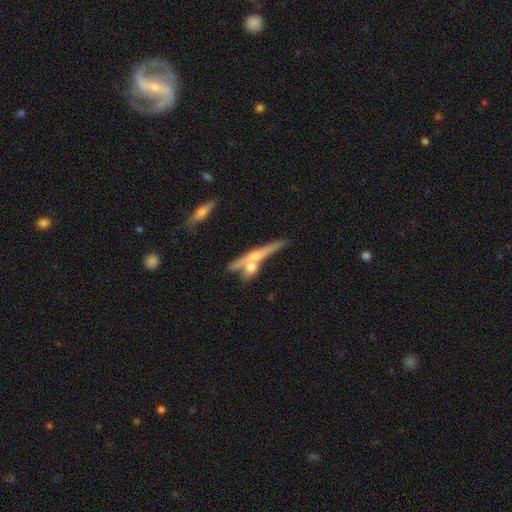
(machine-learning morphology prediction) The model was most divided on "merging": none: 50%, merger: 33%, minor disturbance: 12%, major disturbance: 5%. More confident: edge-on disk — yes (87%); smooth or featured — featured or disk (56%).